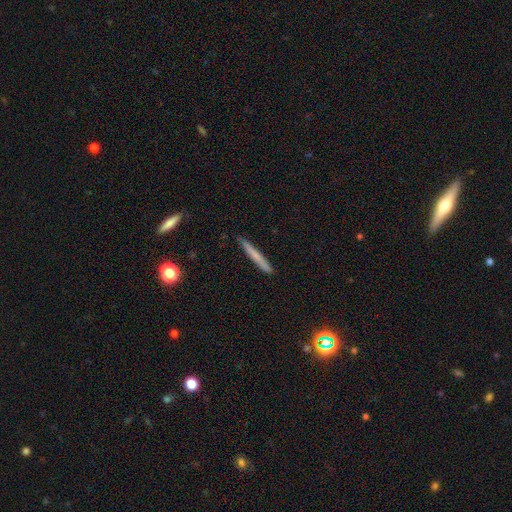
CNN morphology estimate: Smooth or featured? smooth (65%)
How rounded? cigar-shaped (96%)
Merging? none (90%)